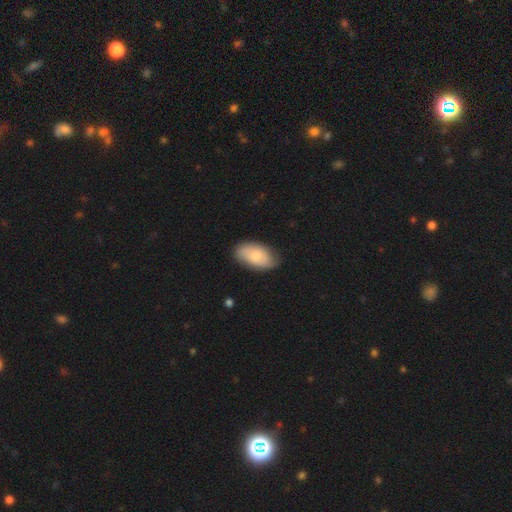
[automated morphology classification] smooth_or_featured: smooth (p=0.71) [alt: featured or disk p=0.23]
how_rounded: in between (p=0.94) [alt: round p=0.04]
merging: none (p=0.73) [alt: minor disturbance p=0.22]